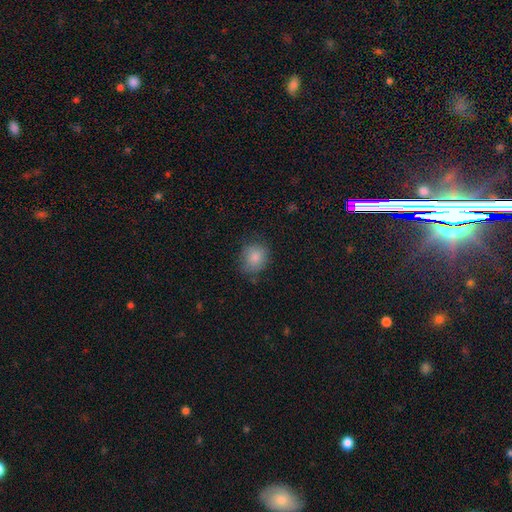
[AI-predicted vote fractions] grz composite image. It shows a smooth galaxy with no disk features (81%) that is round (74%). Merging: none (74%).